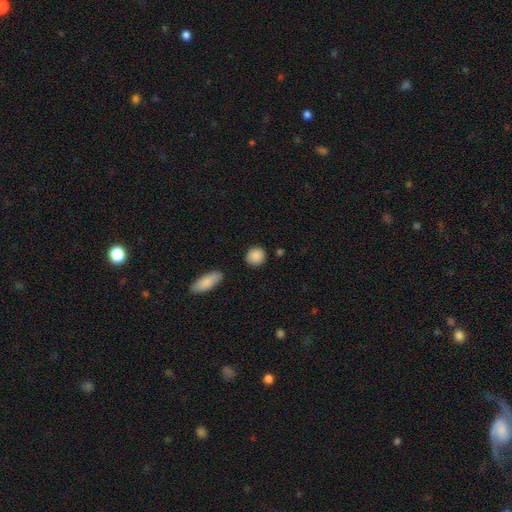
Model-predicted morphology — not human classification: Smooth or featured? smooth (89%)
How rounded? round (85%)
Merging? none (86%)